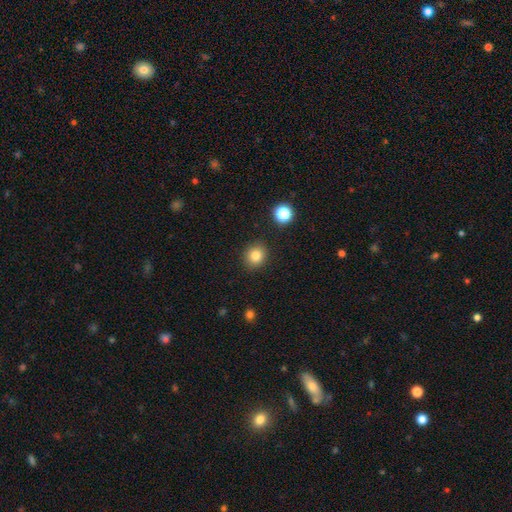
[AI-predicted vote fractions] A smooth galaxy with no disk features (82%) that is round (81%). Merging: none (89%).